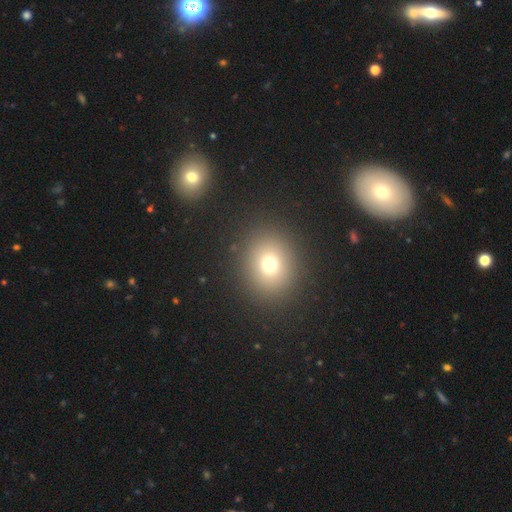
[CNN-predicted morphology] Smooth or featured?
  - smooth: 69% *
  - star or artifact: 19%
  - featured or disk: 12%
How rounded?
  - round: 68% *
  - in between: 31%
  - cigar-shaped: 1%
Merging?
  - none: 88% *
  - minor disturbance: 6%
  - merger: 3%
  - major disturbance: 3%